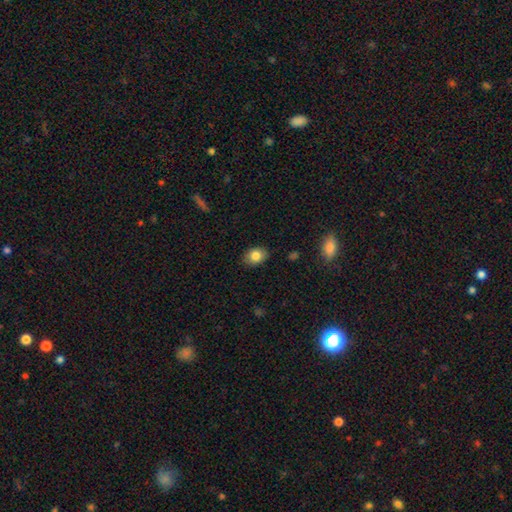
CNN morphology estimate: This appears to be a smooth galaxy with no disk features (83%) that is in between round and cigar-shaped (66%). Merging: none (85%).